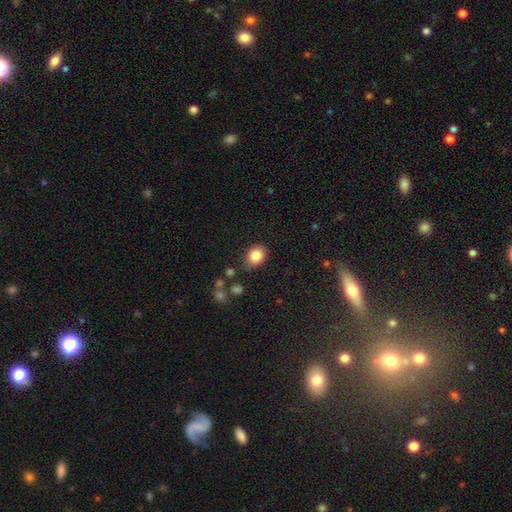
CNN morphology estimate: type=smooth (86%); roundness=round (55%); merging=none (80%).